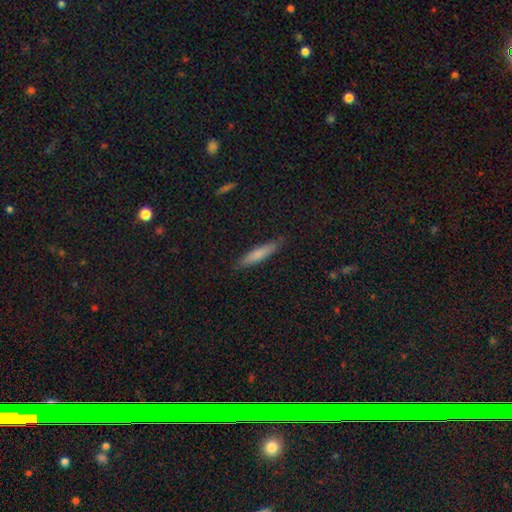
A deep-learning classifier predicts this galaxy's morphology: Smooth or featured?
  - smooth: 69% *
  - featured or disk: 24%
  - star or artifact: 7%
How rounded?
  - cigar-shaped: 90% *
  - in between: 9%
  - round: 1%
Merging?
  - none: 87% *
  - minor disturbance: 10%
  - major disturbance: 2%
  - merger: 1%